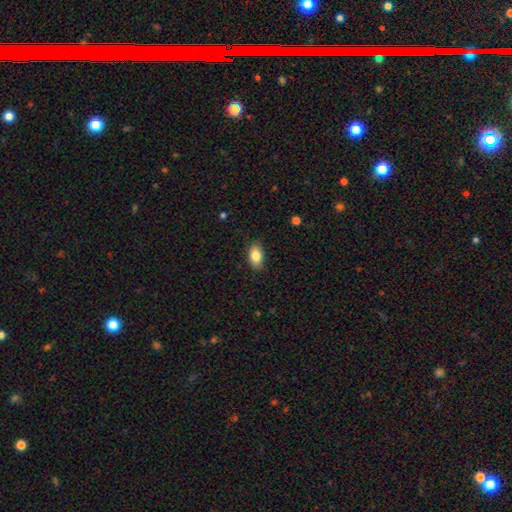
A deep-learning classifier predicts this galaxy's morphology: smooth 85%, featured or disk 8%, star or artifact 7%. Down the decision tree: how rounded — in between (91%); merging — none (84%).